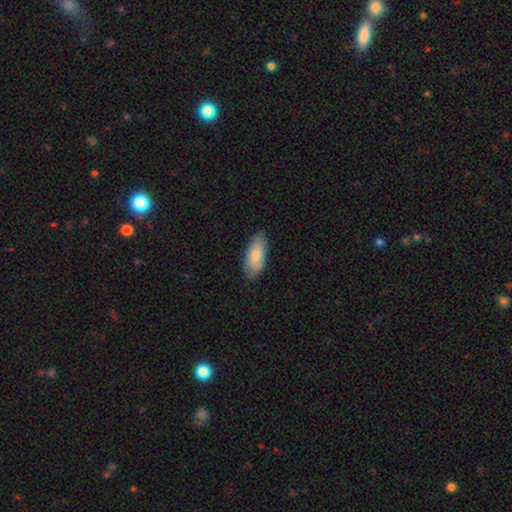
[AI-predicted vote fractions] Smooth or featured: smooth — 78% (featured or disk — 16%)
How rounded: in between — 88% (cigar-shaped — 10%)
Merging: none — 80% (minor disturbance — 16%)